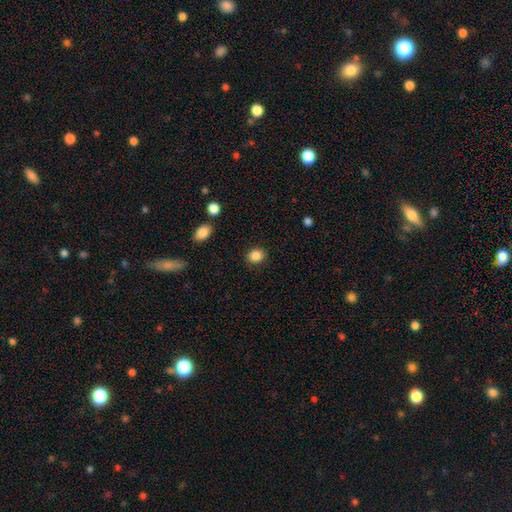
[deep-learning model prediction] Smooth or featured? smooth (87%)
How rounded? round (62%)
Merging? none (88%)